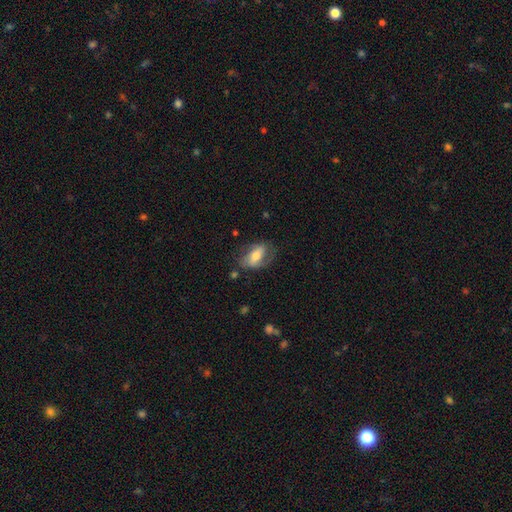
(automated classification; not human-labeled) A featured or disk galaxy (49%). Merging: none (59%).